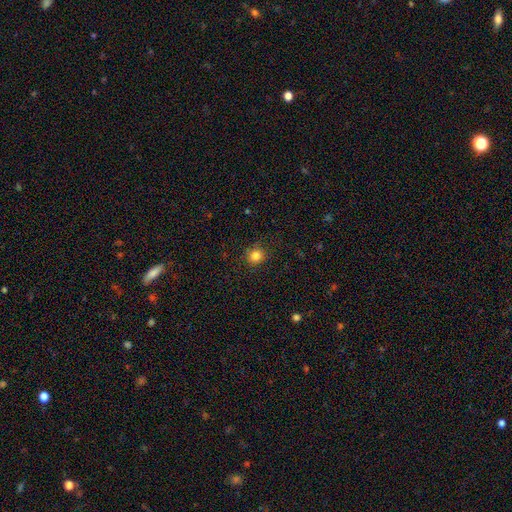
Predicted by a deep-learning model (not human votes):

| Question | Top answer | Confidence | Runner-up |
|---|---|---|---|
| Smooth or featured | smooth | 83% | star or artifact (12%) |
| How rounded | round | 88% | in between (11%) |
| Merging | none | 87% | minor disturbance (9%) |